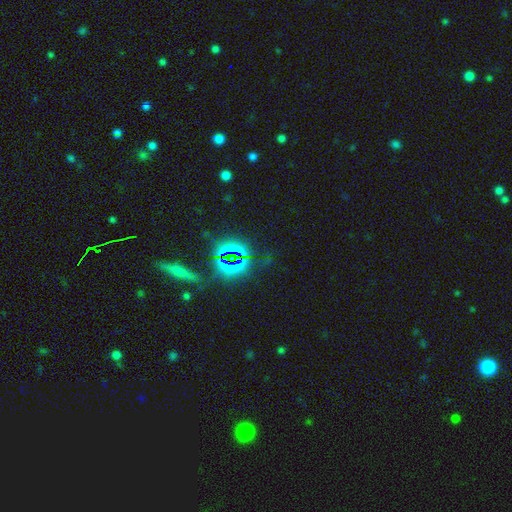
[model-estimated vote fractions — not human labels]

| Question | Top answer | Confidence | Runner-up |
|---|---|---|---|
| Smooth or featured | star or artifact | 53% | featured or disk (26%) |